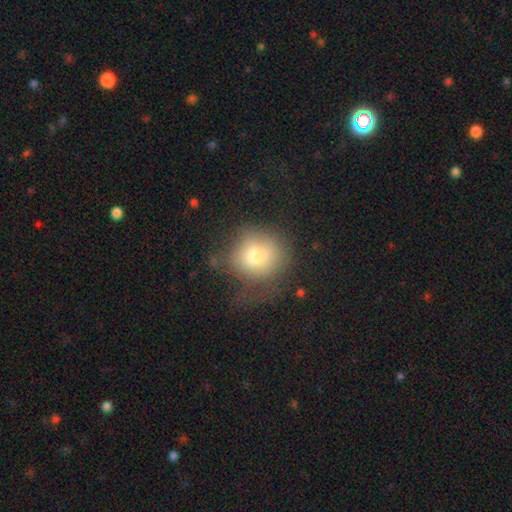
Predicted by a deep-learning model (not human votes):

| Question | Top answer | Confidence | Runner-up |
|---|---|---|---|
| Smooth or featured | smooth | 71% | featured or disk (18%) |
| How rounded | round | 80% | in between (19%) |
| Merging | none | 44% | minor disturbance (28%) |